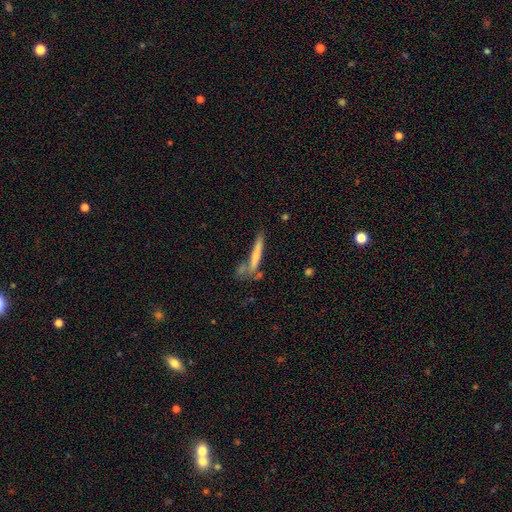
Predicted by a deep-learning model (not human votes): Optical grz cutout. It shows a smooth galaxy with no disk features (61%) that is cigar-shaped (92%). Merging: none (57%).